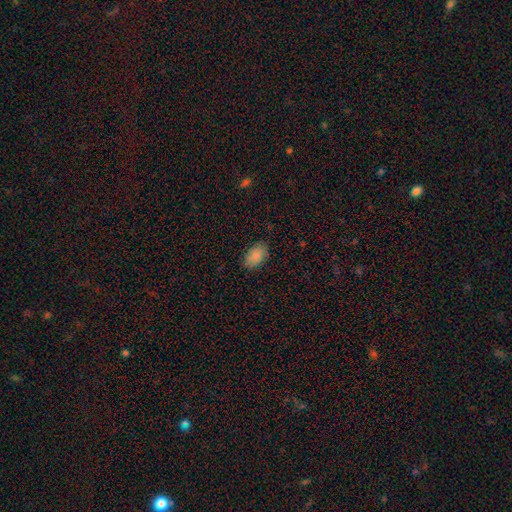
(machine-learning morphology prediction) The model was most divided on "merging": none: 84%, minor disturbance: 12%, major disturbance: 3%, merger: 1%. More confident: how rounded — in between (93%); smooth or featured — smooth (88%).